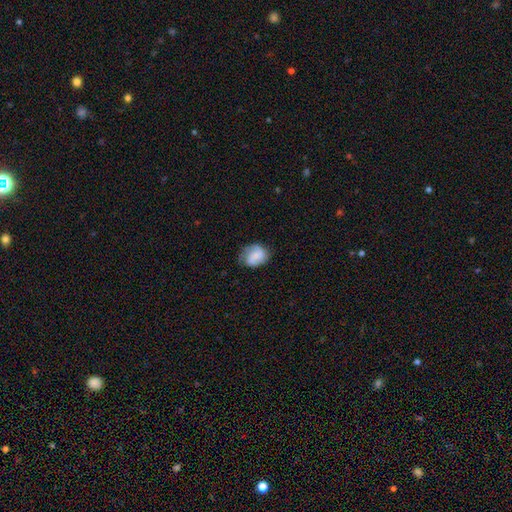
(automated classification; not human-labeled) Overall: smooth (58%; featured or disk 34%). How rounded: in between (55%; round 44%). Merging: none (60%; minor disturbance 28%).